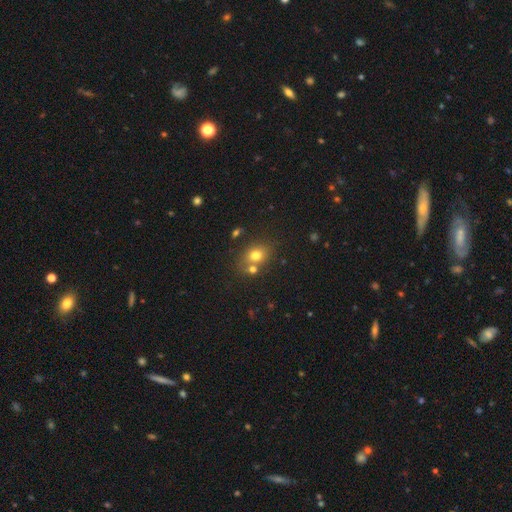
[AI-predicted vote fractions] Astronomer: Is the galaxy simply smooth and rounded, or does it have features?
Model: smooth — 73%.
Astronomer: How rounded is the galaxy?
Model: round — 51% (runner-up: in between, 48%).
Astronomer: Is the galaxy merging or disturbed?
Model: none — 59%.